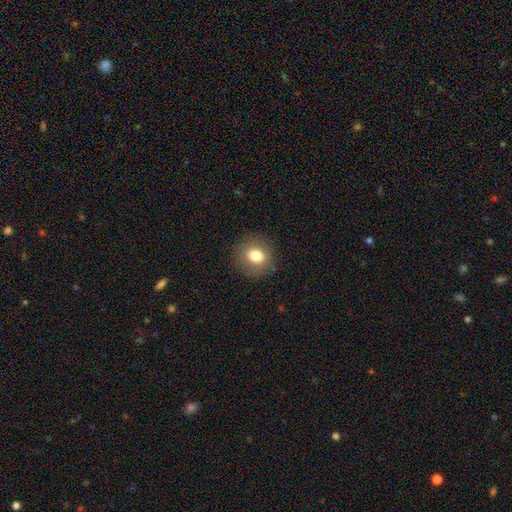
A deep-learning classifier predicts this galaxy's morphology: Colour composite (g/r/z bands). It shows a smooth galaxy with no disk features (78%) that is round (78%). Merging: none (87%).